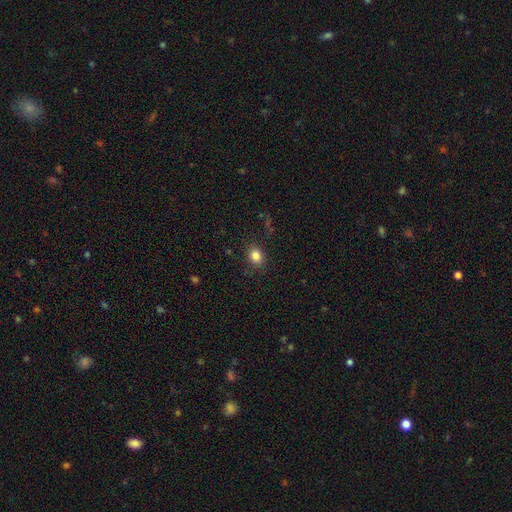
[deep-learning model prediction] Smooth or featured?
  - smooth: 84% *
  - star or artifact: 11%
  - featured or disk: 5%
How rounded?
  - in between: 54% *
  - round: 45%
  - cigar-shaped: 1%
Merging?
  - none: 86% *
  - minor disturbance: 10%
  - major disturbance: 3%
  - merger: 1%